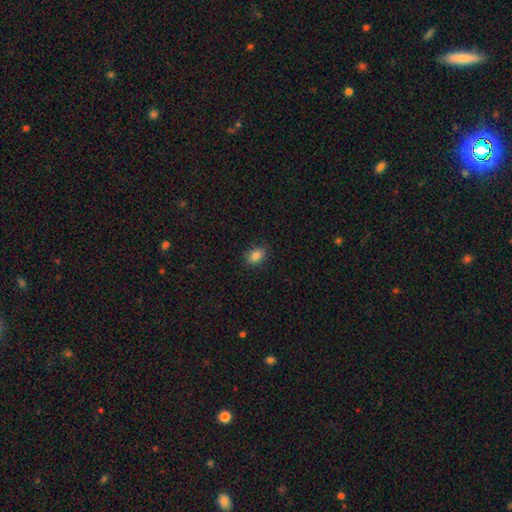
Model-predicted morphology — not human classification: type=smooth (87%); roundness=in between (82%); merging=none (87%).